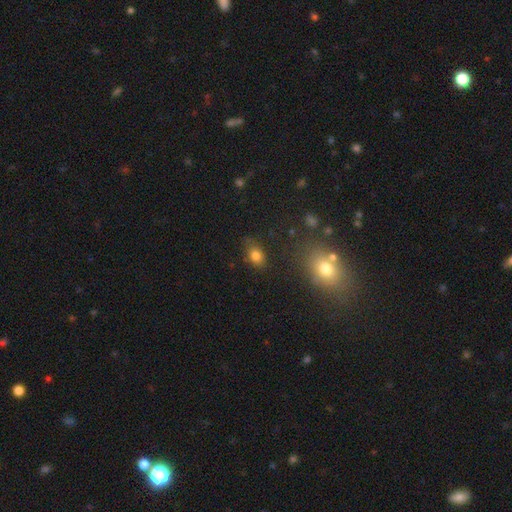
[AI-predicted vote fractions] This appears to be a smooth galaxy with no disk features (80%) that is in between round and cigar-shaped (74%). Merging: none (76%).